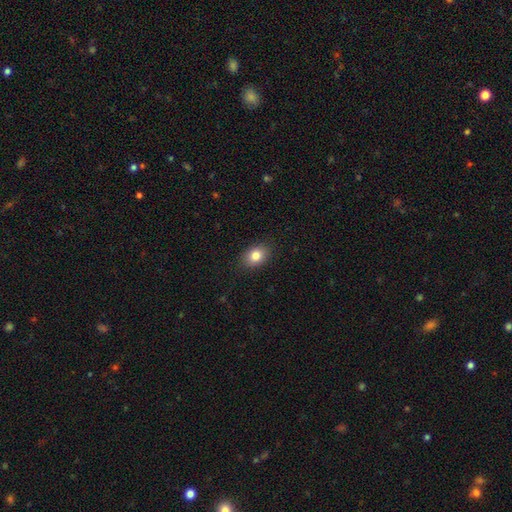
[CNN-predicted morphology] Q: Smooth or featured?
A: smooth (83%); runner-up: star or artifact (9%)
Q: How rounded?
A: in between (75%); runner-up: round (24%)
Q: Merging?
A: none (88%); runner-up: minor disturbance (9%)